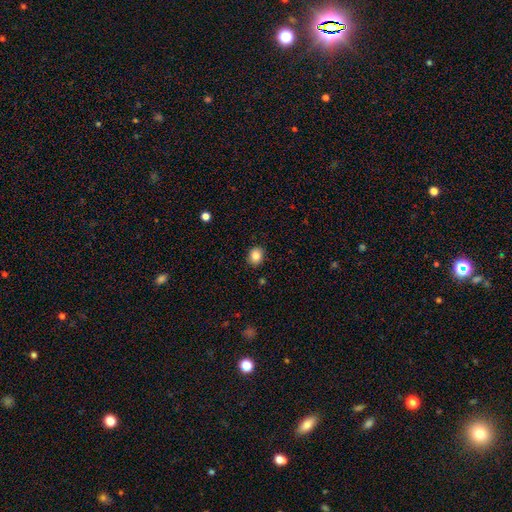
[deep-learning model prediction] smooth-or-featured: smooth: 85% | star or artifact: 10% | featured or disk: 6%
  how-rounded: round: 61% | in between: 38% | cigar-shaped: 1%
  merging: none: 88% | minor disturbance: 9% | major disturbance: 2% | merger: 1%